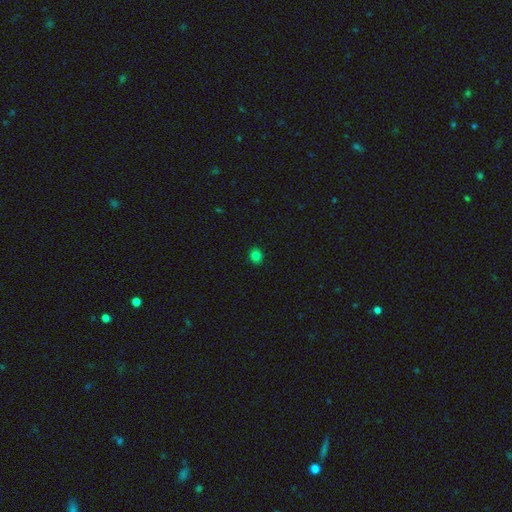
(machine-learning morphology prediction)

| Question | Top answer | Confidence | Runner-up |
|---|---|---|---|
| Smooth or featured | smooth | 81% | star or artifact (15%) |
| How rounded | round | 68% | in between (31%) |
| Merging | none | 90% | minor disturbance (7%) |